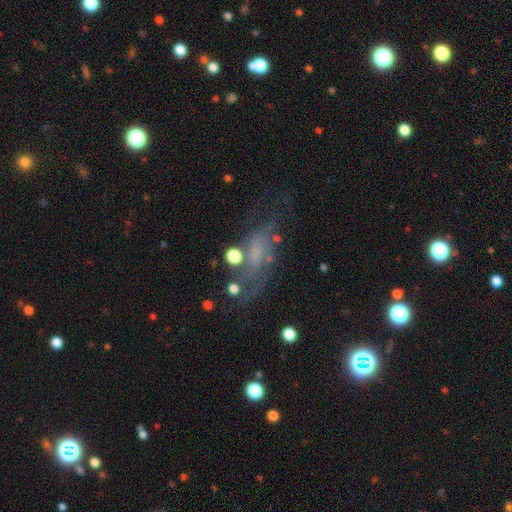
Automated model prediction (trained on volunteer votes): Overall: featured or disk (56%; smooth 27%). Edge-on disk: no (89%). Merging: none (45%; major disturbance 26%).